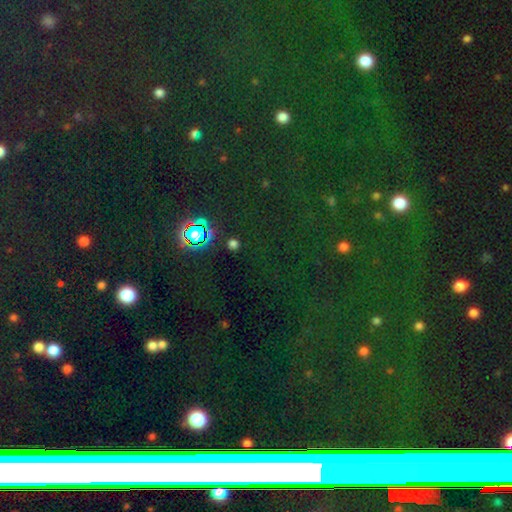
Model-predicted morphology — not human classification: type=star or artifact (76%).